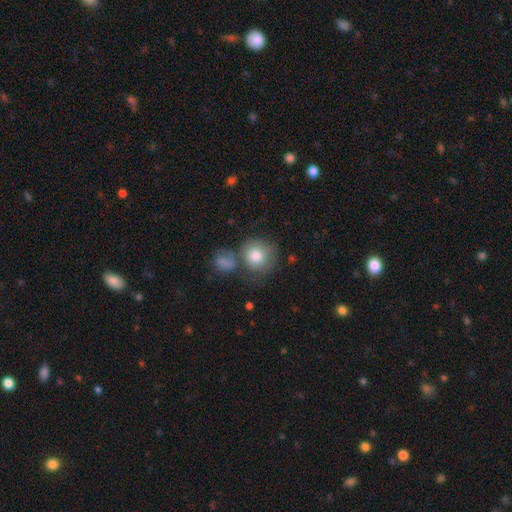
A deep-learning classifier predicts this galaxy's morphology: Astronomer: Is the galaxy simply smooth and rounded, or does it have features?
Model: smooth — 81%.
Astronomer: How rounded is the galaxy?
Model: round — 85%.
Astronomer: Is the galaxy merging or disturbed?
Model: none — 54%.